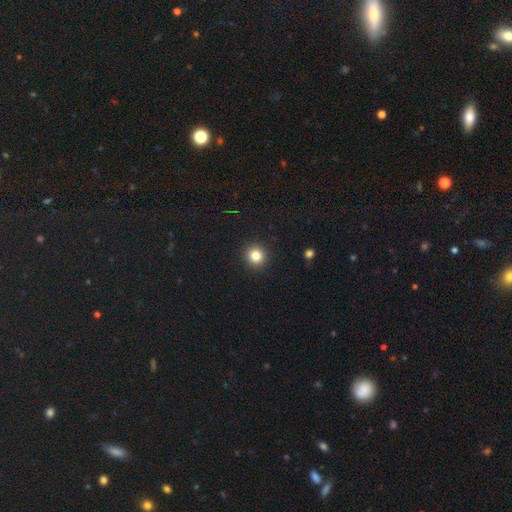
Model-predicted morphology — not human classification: Smooth or featured: smooth — 82% (star or artifact — 12%)
How rounded: round — 93% (in between — 7%)
Merging: none — 92% (minor disturbance — 5%)